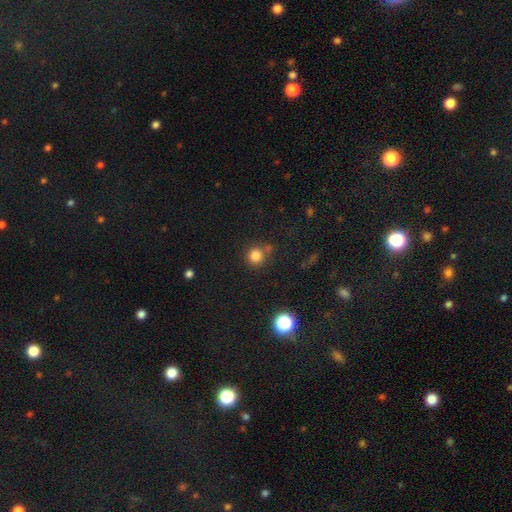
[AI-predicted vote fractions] smooth 81%, star or artifact 14%, featured or disk 5%. Down the decision tree: how rounded — round (92%); merging — none (73%).